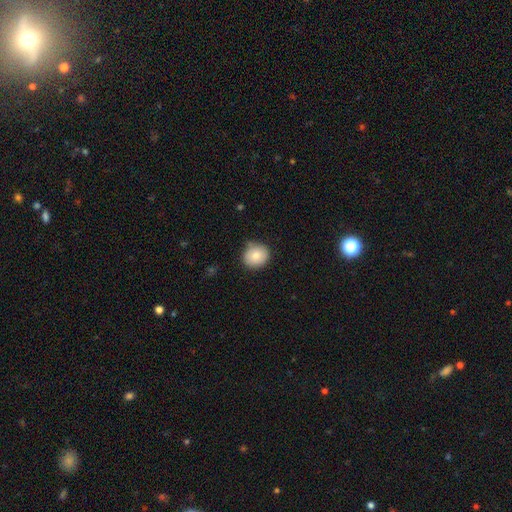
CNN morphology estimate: type=smooth (80%); roundness=round (87%); merging=none (75%).